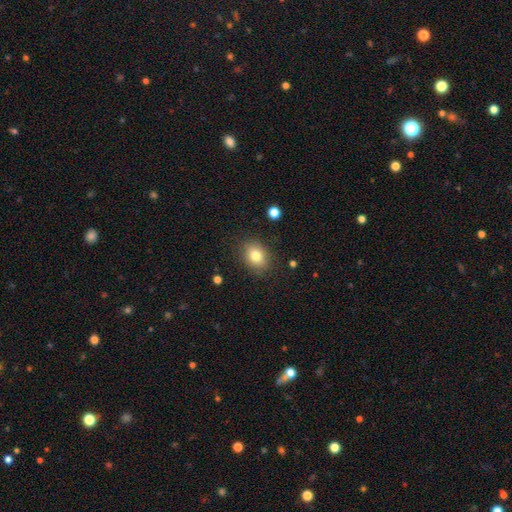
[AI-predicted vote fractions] A smooth galaxy with no disk features (80%) that is in between round and cigar-shaped (63%). Merging: none (84%).